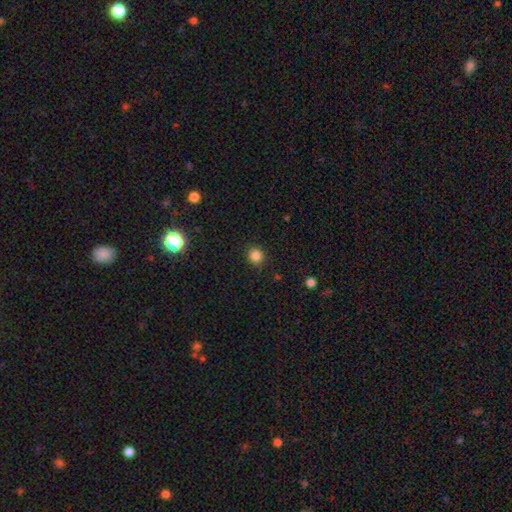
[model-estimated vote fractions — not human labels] smooth-or-featured: smooth: 84% | star or artifact: 12% | featured or disk: 4%
  how-rounded: round: 87% | in between: 12% | cigar-shaped: 1%
  merging: none: 90% | minor disturbance: 7% | major disturbance: 2% | merger: 1%